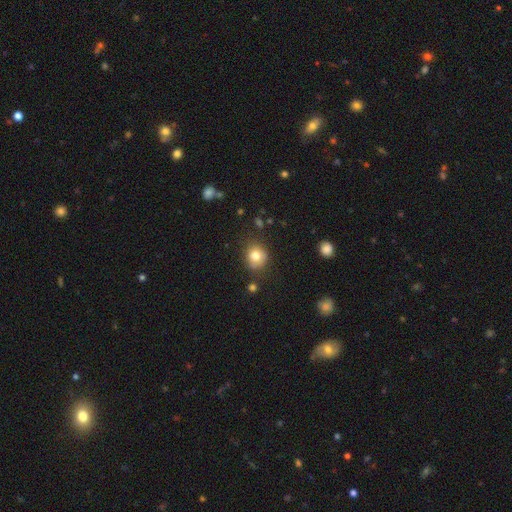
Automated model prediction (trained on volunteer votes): This is likely a smooth galaxy (78%). How rounded: likely round (77%). Merging: likely none (73%).